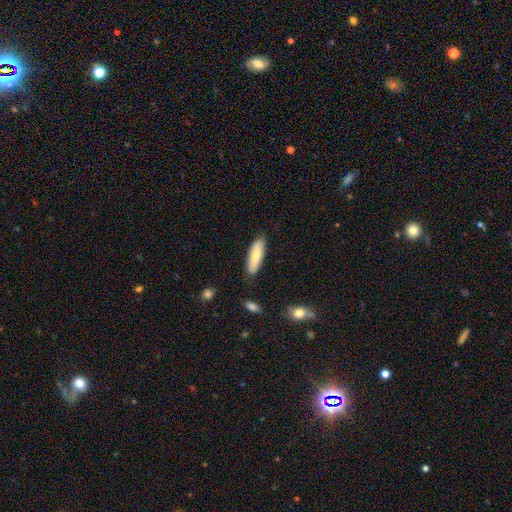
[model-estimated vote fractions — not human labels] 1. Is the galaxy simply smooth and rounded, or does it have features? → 76% smooth, 18% featured or disk, 6% star or artifact.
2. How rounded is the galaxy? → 50% in between, 48% cigar-shaped, 2% round.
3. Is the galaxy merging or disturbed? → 84% none, 12% minor disturbance, 2% major disturbance, 2% merger.